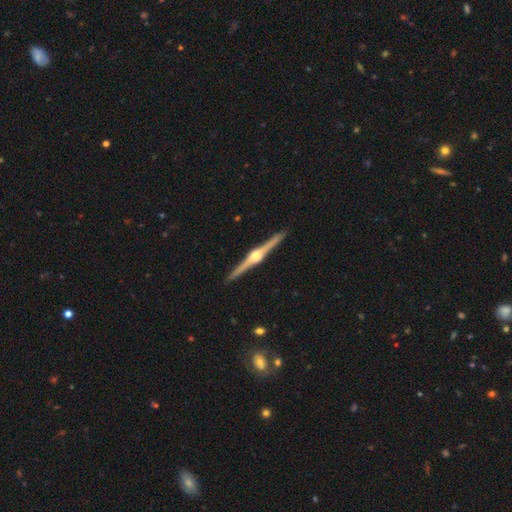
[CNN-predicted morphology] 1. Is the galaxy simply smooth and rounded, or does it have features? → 89% featured or disk, 7% smooth, 4% star or artifact.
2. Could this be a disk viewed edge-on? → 99% yes, 1% no.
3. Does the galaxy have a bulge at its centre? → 94% rounded, 4% boxy, 2% none.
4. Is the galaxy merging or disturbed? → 93% none, 5% minor disturbance, 1% major disturbance, 1% merger.